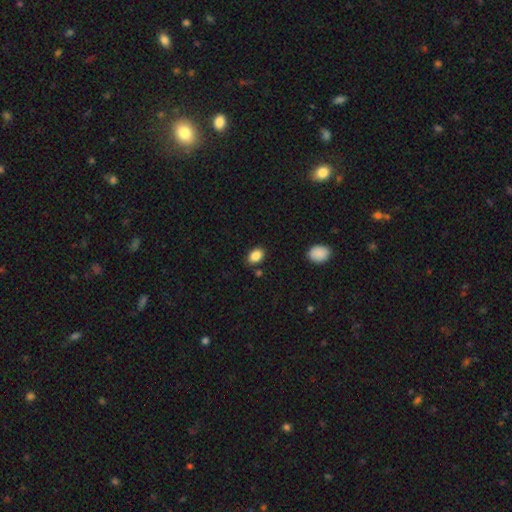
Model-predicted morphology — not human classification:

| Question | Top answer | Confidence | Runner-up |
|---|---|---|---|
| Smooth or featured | smooth | 87% | star or artifact (9%) |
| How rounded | in between | 79% | round (20%) |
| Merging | none | 84% | minor disturbance (11%) |